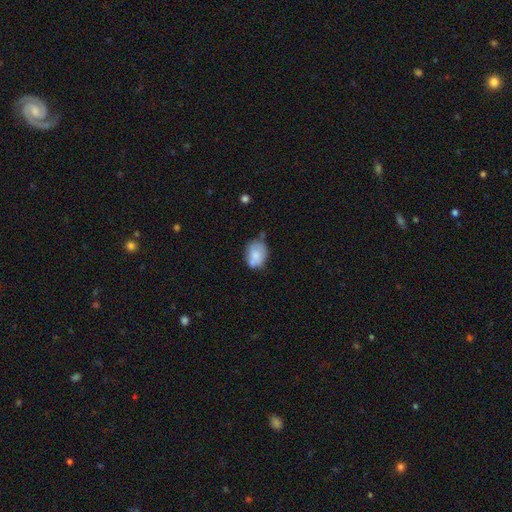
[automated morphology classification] Overall: smooth (71%). How rounded: in between (63%; round 35%). Merging: none (46%; minor disturbance 28%).